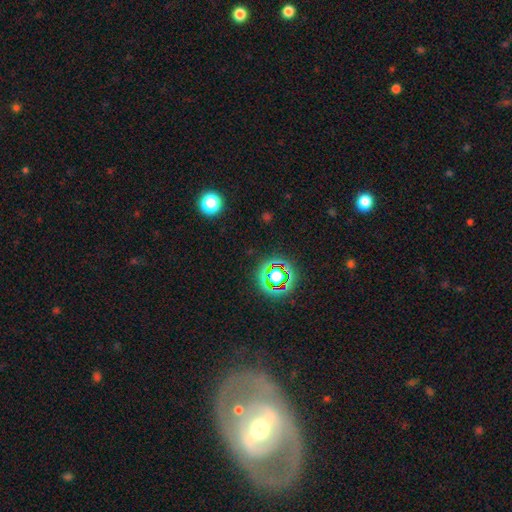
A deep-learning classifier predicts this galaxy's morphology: star or artifact 61%, smooth 20%, featured or disk 19%.